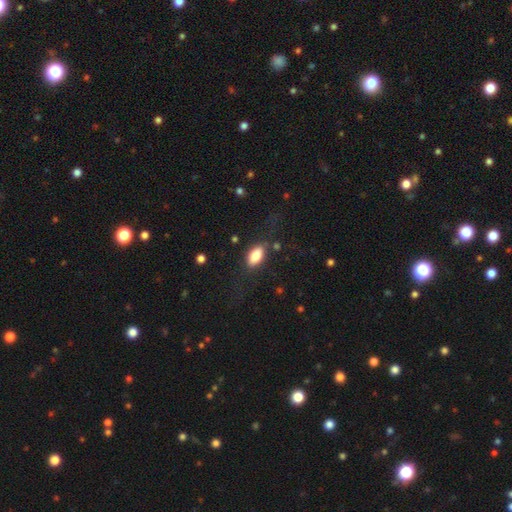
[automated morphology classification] Overall: smooth (82%). How rounded: in between (91%). Merging: none (78%).